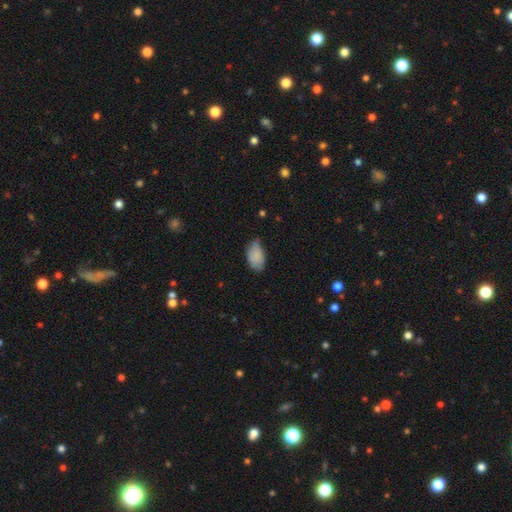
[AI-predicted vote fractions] smooth 79%, featured or disk 13%, star or artifact 8%. Down the decision tree: how rounded — in between (92%); merging — minor disturbance (49%).